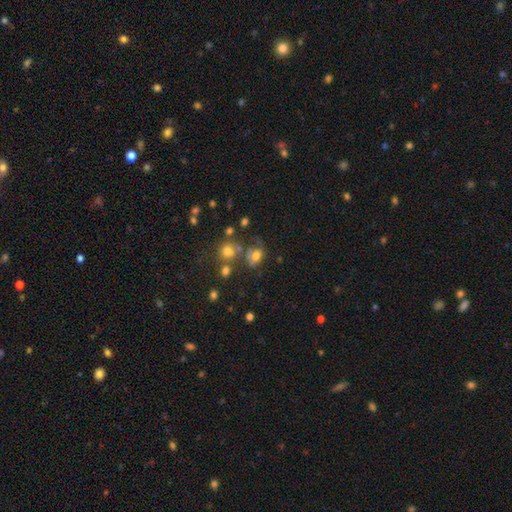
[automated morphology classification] This is likely a smooth galaxy (64%). How rounded: likely in between (61%). Merging: marginally none (40%).